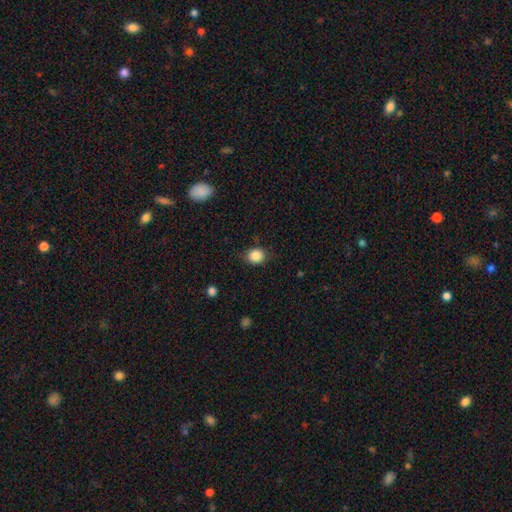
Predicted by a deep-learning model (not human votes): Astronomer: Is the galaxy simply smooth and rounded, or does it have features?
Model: smooth — 86%.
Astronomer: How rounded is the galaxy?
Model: round — 66%.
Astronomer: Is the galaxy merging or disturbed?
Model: none — 81%.